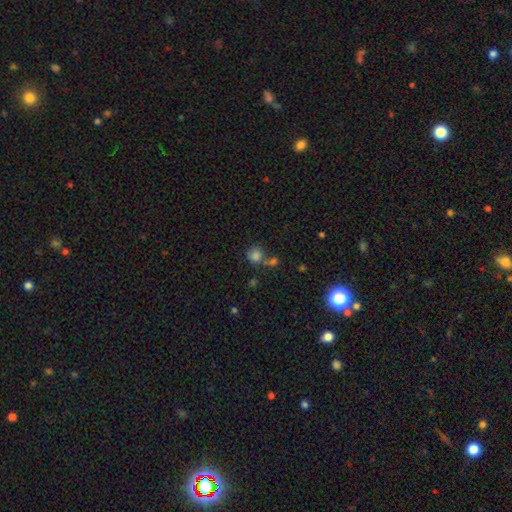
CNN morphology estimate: smooth_or_featured: smooth (p=0.80) [alt: star or artifact p=0.14]
how_rounded: round (p=0.86) [alt: in between p=0.13]
merging: none (p=0.54) [alt: merger p=0.29]